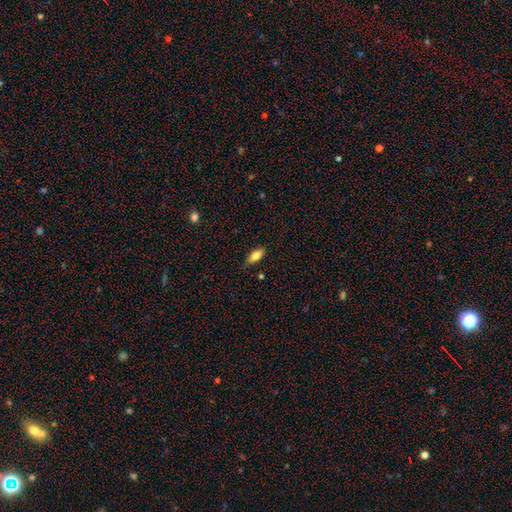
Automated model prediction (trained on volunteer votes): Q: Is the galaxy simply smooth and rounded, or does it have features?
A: smooth — 71%.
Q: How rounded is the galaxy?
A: in between — 79%.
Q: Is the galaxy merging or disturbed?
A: none — 79%.